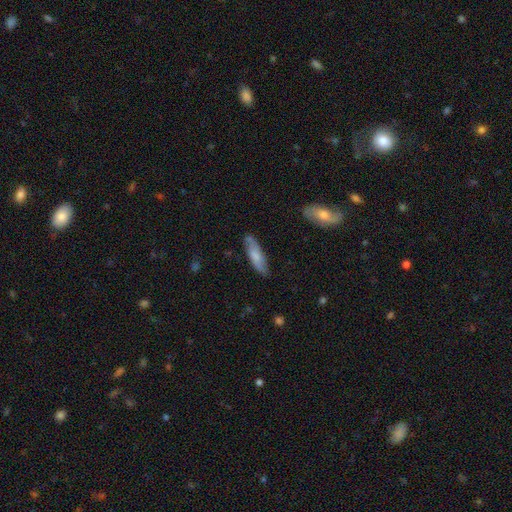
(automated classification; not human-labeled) Smooth or featured?
  - smooth: 64% *
  - featured or disk: 30%
  - star or artifact: 6%
How rounded?
  - cigar-shaped: 60% *
  - in between: 38%
  - round: 2%
Merging?
  - none: 80% *
  - minor disturbance: 16%
  - major disturbance: 3%
  - merger: 2%